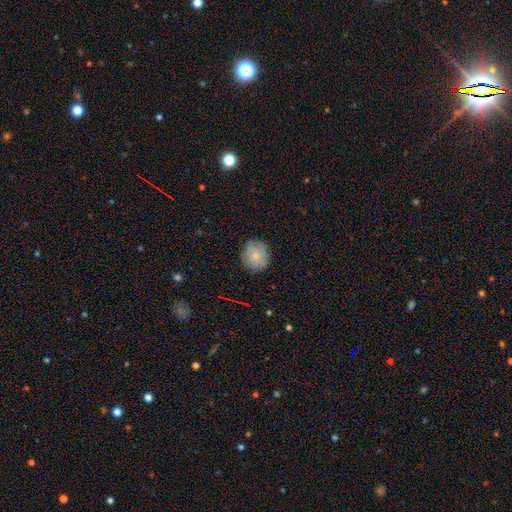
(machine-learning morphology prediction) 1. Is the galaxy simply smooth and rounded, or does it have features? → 68% smooth, 23% featured or disk, 8% star or artifact.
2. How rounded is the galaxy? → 75% round, 24% in between, 1% cigar-shaped.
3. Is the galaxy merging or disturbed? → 81% none, 15% minor disturbance, 3% major disturbance, 1% merger.